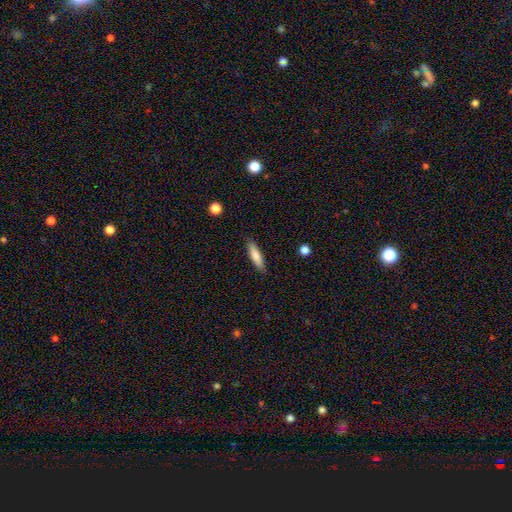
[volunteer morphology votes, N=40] Smooth or featured? 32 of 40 (80%) said smooth. How rounded? 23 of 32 (72%) said cigar-shaped. Merging? 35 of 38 (92%) said none.